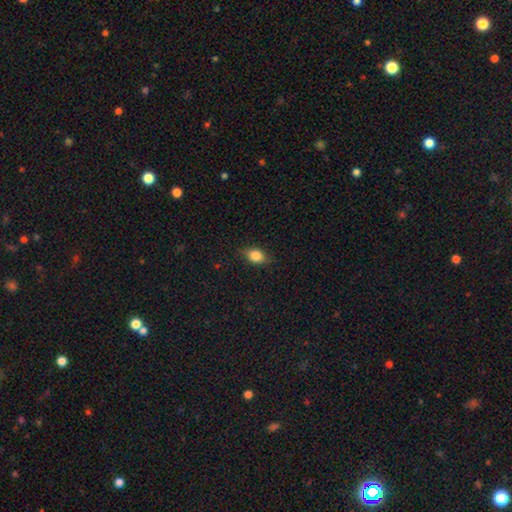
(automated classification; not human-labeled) Q: Smooth or featured?
A: smooth (83%); runner-up: star or artifact (9%)
Q: How rounded?
A: in between (69%); runner-up: round (29%)
Q: Merging?
A: none (81%); runner-up: minor disturbance (15%)